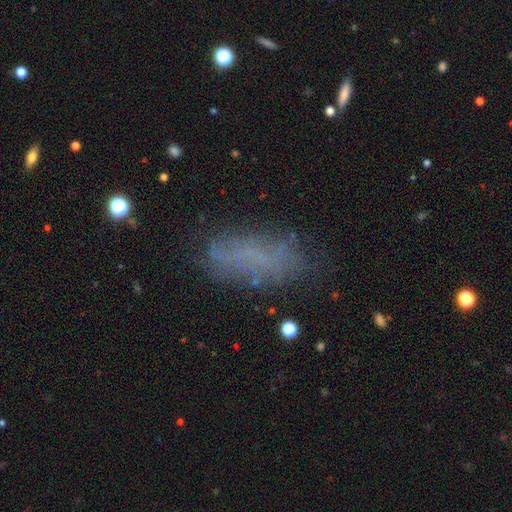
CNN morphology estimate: This is possibly a smooth galaxy (59%). How rounded: likely in between (73%). Merging: likely none (66%).